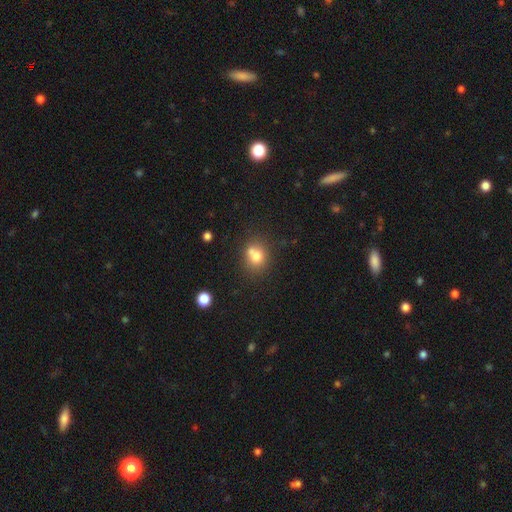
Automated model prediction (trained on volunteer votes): Overall: smooth (73%). How rounded: round (69%; in between 30%). Merging: none (49%; merger 32%).